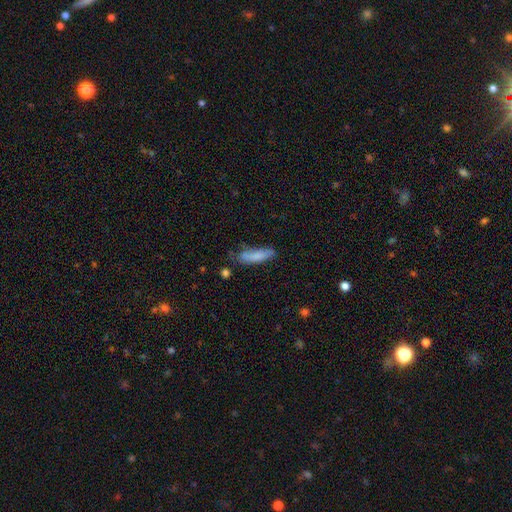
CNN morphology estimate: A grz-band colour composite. It shows a smooth galaxy with no disk features (79%) that is cigar-shaped (69%). Merging: none (60%).